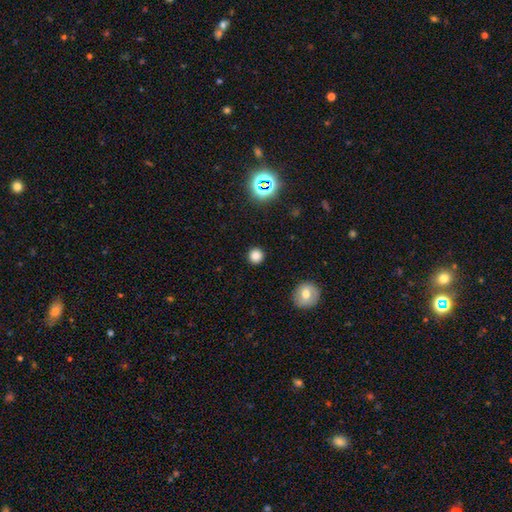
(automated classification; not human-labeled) Morphology: type=smooth (80%); roundness=round (94%); merging=none (91%).